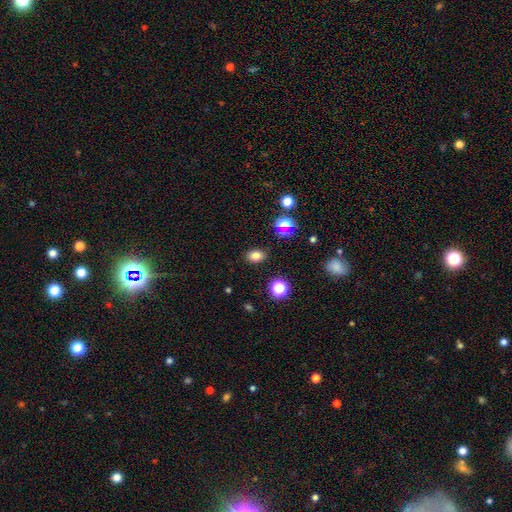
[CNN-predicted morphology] smooth 76%, star or artifact 16%, featured or disk 8%. Down the decision tree: how rounded — in between (73%); merging — none (87%).